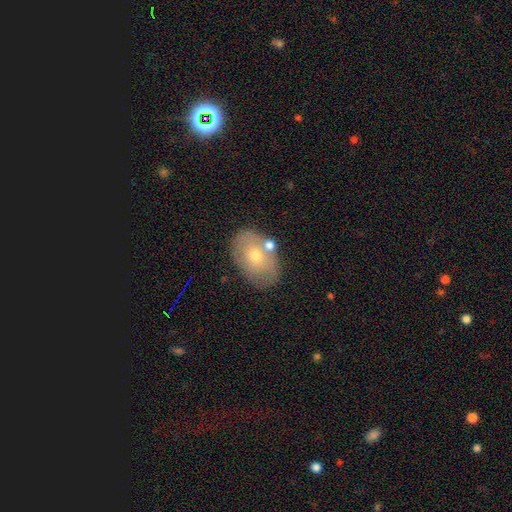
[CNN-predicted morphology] Q: Smooth or featured?
A: smooth (56%); runner-up: featured or disk (36%)
Q: How rounded?
A: in between (83%); runner-up: round (16%)
Q: Merging?
A: none (68%); runner-up: minor disturbance (16%)